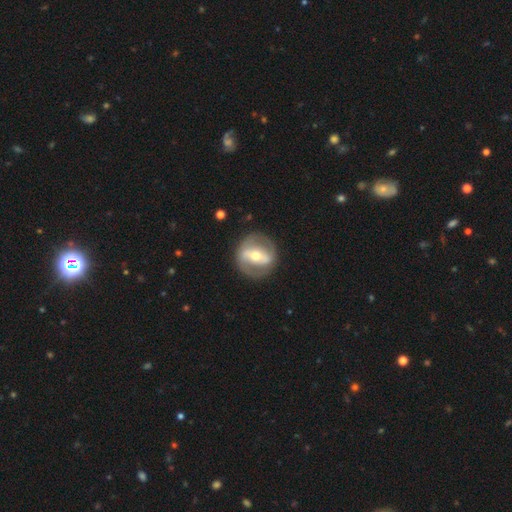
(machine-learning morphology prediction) A featured or disk galaxy (71%) with a strong bar (58%), spiral arms (52%) and a moderate central bulge (63%).

Vote fractions:
- Smooth or featured? featured or disk: 71% / smooth: 23% / star or artifact: 5%
- Edge-on disk? no: 93% / yes: 7%
- Bar? strong: 58% / weak: 26% / no: 16%
- Spiral arms? yes: 52% / no: 48%
- Bulge size? moderate: 63% / small: 29% / large: 6% / dominant: 1% / none: 1%
- Merging? none: 81% / minor disturbance: 11% / major disturbance: 6% / merger: 1%